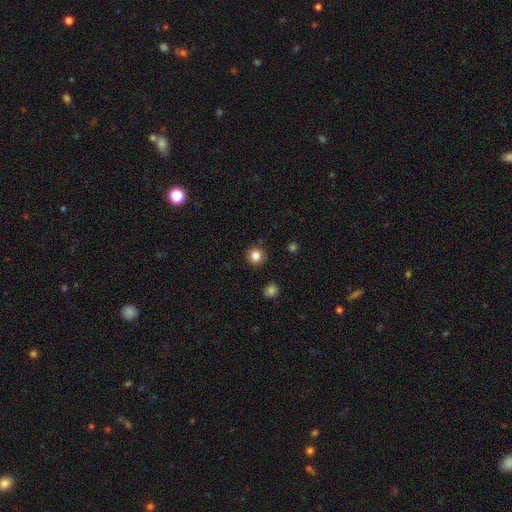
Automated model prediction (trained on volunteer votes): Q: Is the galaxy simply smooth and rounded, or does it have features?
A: smooth — 83%.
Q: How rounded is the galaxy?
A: round — 94%.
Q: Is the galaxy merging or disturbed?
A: none — 91%.